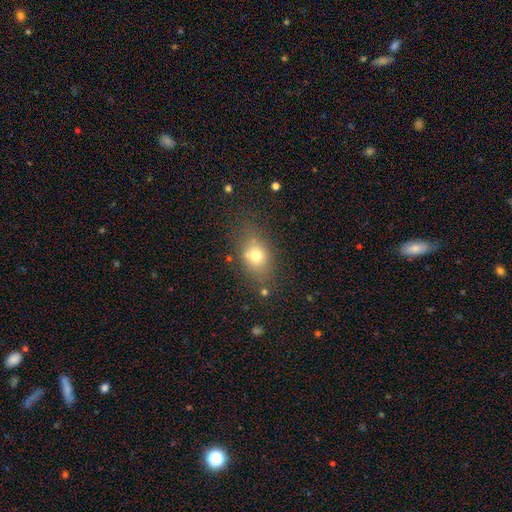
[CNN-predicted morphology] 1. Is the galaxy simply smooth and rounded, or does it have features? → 71% smooth, 16% featured or disk, 13% star or artifact.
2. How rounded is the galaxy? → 60% in between, 37% round, 2% cigar-shaped.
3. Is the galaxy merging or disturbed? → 68% none, 18% minor disturbance, 8% major disturbance, 6% merger.